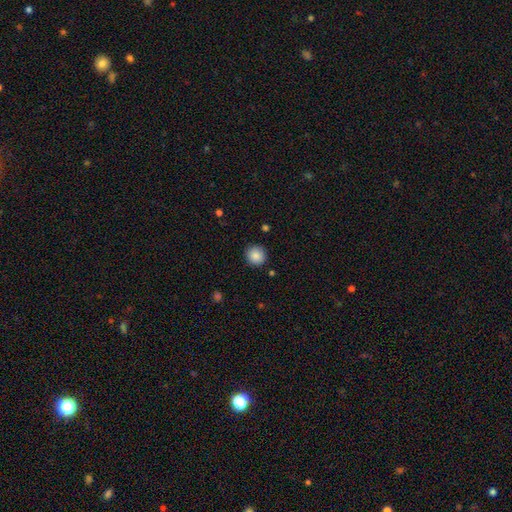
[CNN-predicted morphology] This appears to be a smooth galaxy with no disk features (87%) that is round (93%). Merging: none (90%).